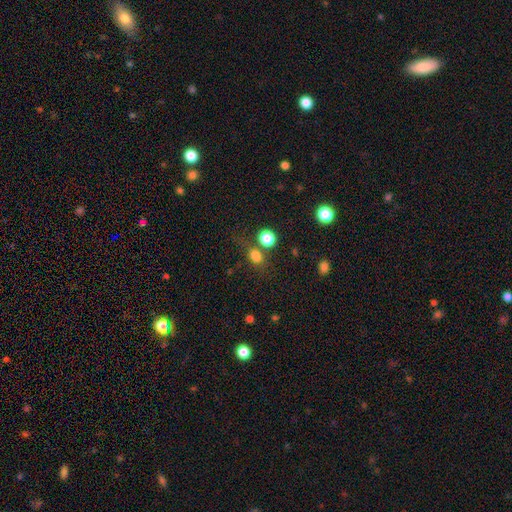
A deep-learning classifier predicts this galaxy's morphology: This appears to be a smooth galaxy with no disk features (77%) that is round (51%). Merging: none (59%).